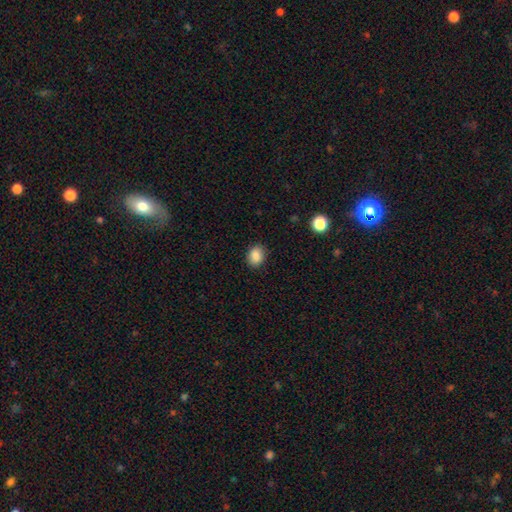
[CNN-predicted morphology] Smooth or featured? smooth (87%)
How rounded? in between (59%)
Merging? none (87%)